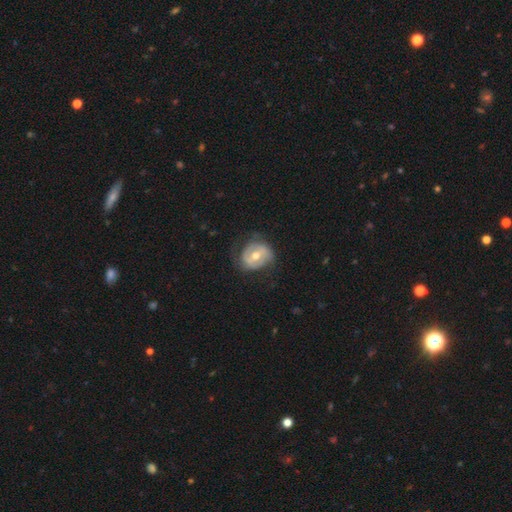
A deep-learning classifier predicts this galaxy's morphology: Smooth or featured? Predicted: featured or disk (p=0.63). Edge-on disk? Predicted: no (p=0.96). Bar? Predicted: weak (p=0.39). Spiral arms? Predicted: yes (p=0.61). Bulge size? Predicted: moderate (p=0.74). Merging? Predicted: none (p=0.64).